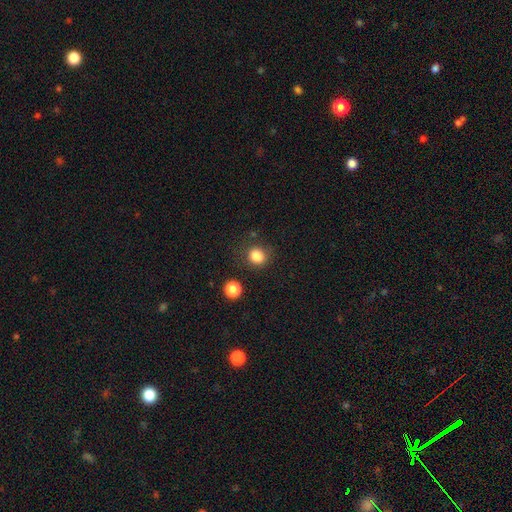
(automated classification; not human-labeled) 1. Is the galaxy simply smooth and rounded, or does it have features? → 84% smooth, 11% star or artifact, 4% featured or disk.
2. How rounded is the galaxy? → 81% round, 18% in between, 1% cigar-shaped.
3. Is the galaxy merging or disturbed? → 79% none, 12% minor disturbance, 5% major disturbance, 4% merger.